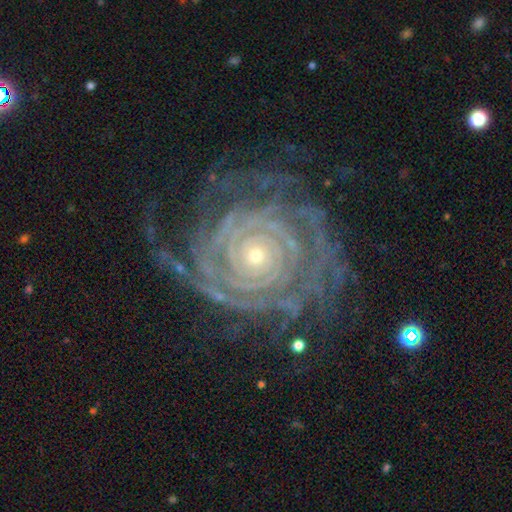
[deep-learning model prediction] Smooth or featured? featured or disk (90%)
Edge-on disk? no (97%)
Bar? no (79%)
Spiral arms? yes (98%)
Spiral winding? tight (86%)
Spiral arm count? can't tell (24%)
Bulge size? small (77%)
Merging? none (70%)